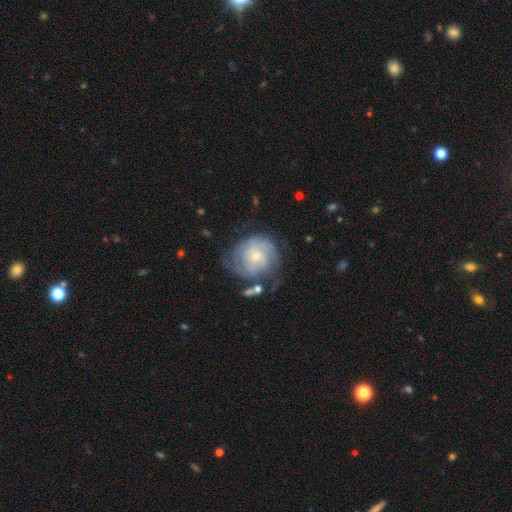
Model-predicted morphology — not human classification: A featured or disk galaxy (76%) with no bar (72%), can't tell (34%, tied with 2) tight (66%) spiral arms (92%) and a small central bulge (73%).

Vote fractions:
- Smooth or featured? featured or disk: 76% / smooth: 18% / star or artifact: 6%
- Edge-on disk? no: 98% / yes: 2%
- Bar? no: 72% / weak: 25% / strong: 4%
- Spiral arms? yes: 92% / no: 8%
- Spiral winding? tight: 66% / medium: 26% / loose: 8%
- Spiral arm count? can't tell: 34% (tied) / 2: 34% (tied) / 3: 16% / 4: 7% / 1: 5% / more than 4: 4%
- Bulge size? small: 73% / moderate: 23% / none: 2% / large: 2% / dominant: 1%
- Merging? none: 60% / minor disturbance: 22% / major disturbance: 13% / merger: 5%